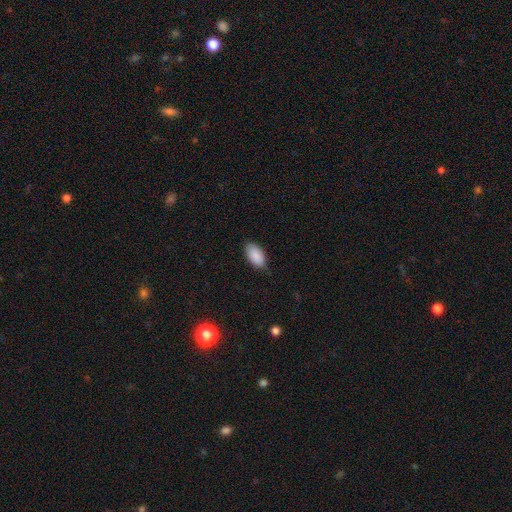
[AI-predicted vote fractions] A smooth galaxy with no disk features (90%) that is in between round and cigar-shaped (95%). Merging: none (82%).